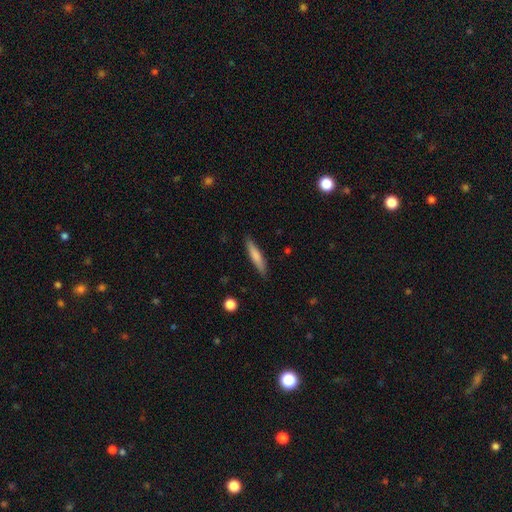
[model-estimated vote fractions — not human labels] smooth_or_featured: smooth (p=0.74) [alt: featured or disk p=0.20]
how_rounded: cigar-shaped (p=0.87) [alt: in between p=0.12]
merging: none (p=0.87) [alt: minor disturbance p=0.10]